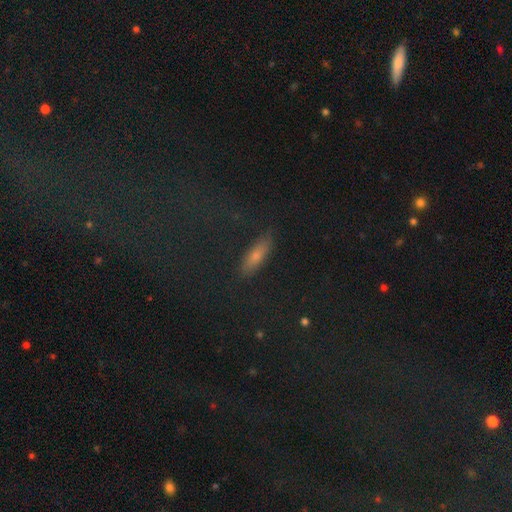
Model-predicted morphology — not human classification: Smooth or featured? Predicted: smooth (p=0.60). How rounded? Predicted: cigar-shaped (p=0.56). Merging? Predicted: none (p=0.83).